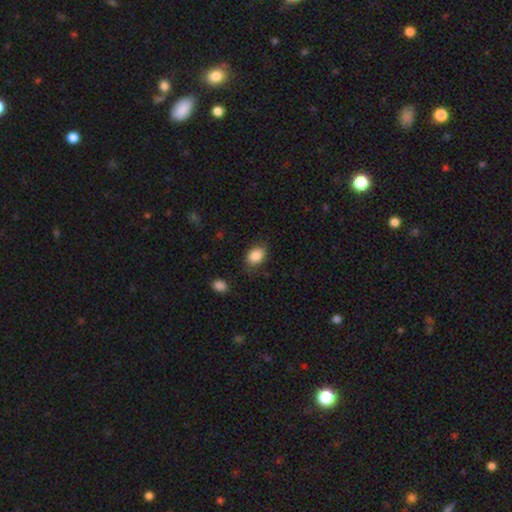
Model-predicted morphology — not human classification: type=smooth (86%); roundness=in between (71%); merging=none (74%).